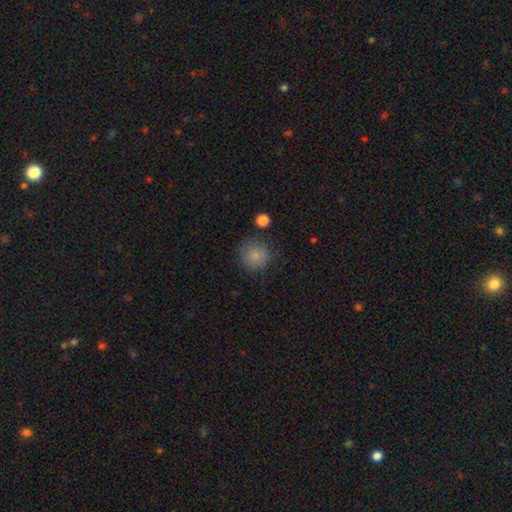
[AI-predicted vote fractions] Smooth or featured? smooth (84%)
How rounded? round (92%)
Merging? none (83%)